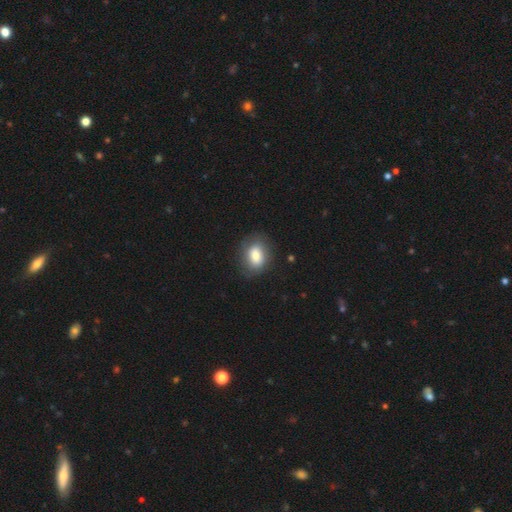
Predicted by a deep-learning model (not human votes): Smooth or featured: smooth — 77% (featured or disk — 16%)
How rounded: in between — 70% (round — 28%)
Merging: none — 78% (minor disturbance — 15%)